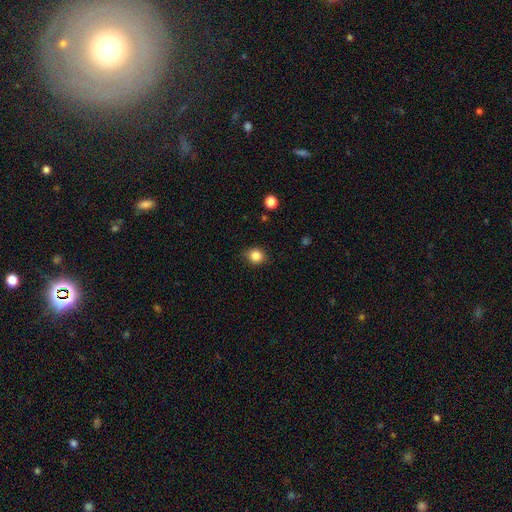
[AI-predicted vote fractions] This appears to be a smooth galaxy with no disk features (85%) that is round (76%). Merging: none (82%).